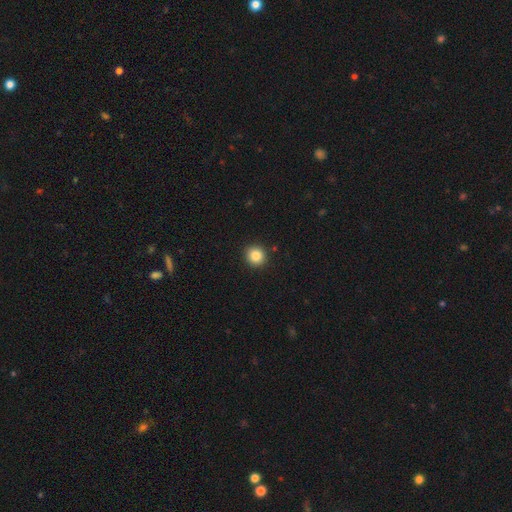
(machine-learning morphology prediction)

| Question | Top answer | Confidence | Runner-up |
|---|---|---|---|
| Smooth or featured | smooth | 85% | star or artifact (10%) |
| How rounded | round | 91% | in between (8%) |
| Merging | none | 92% | minor disturbance (5%) |